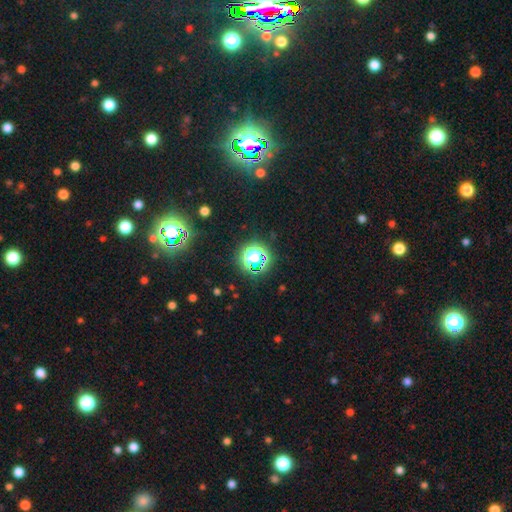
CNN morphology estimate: This is likely a star or artifact rather than a galaxy (61%).